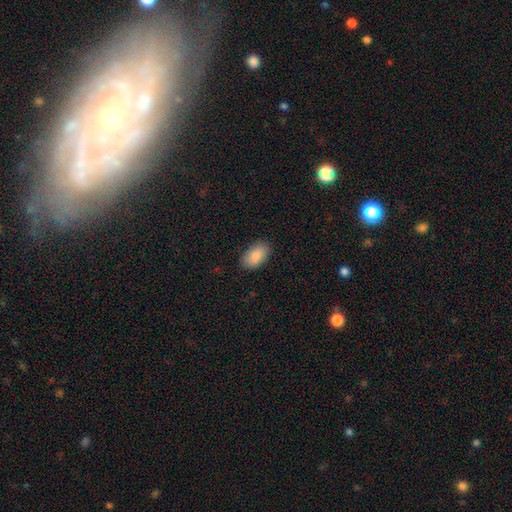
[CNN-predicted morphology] Overall: smooth (89%). How rounded: in between (94%). Merging: none (86%).